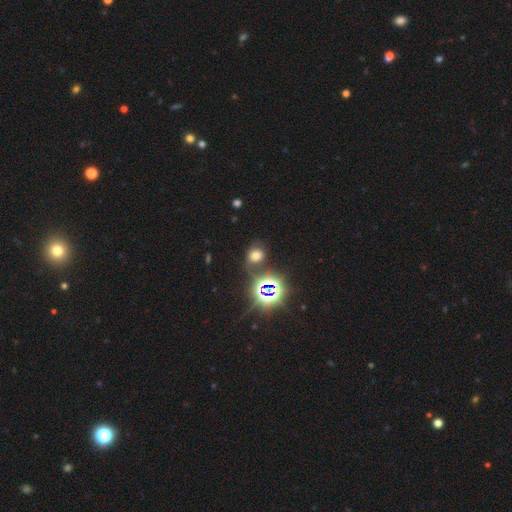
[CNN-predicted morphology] Smooth or featured? smooth (54%)
How rounded? round (62%)
Merging? none (69%)